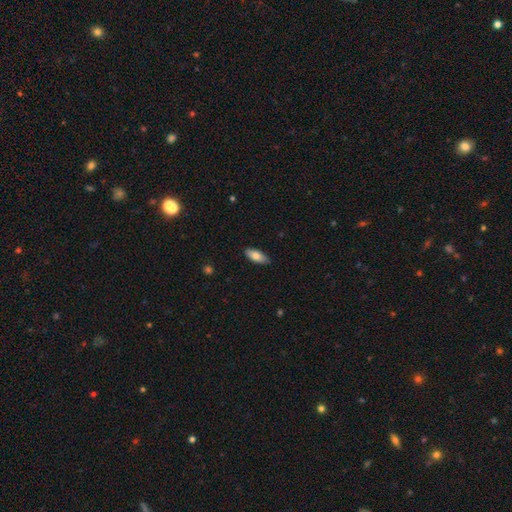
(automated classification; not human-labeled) The model was most divided on "smooth or featured": smooth: 76%, featured or disk: 18%, star or artifact: 6%. More confident: merging — none (87%); how rounded — in between (82%).